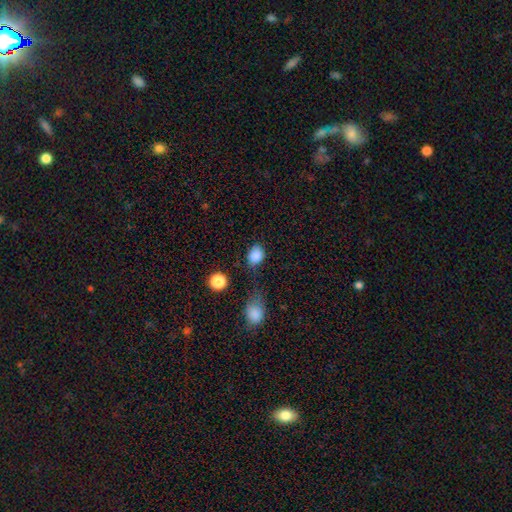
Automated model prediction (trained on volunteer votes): Smooth or featured: smooth — 86% (star or artifact — 10%)
How rounded: in between — 51% (round — 48%)
Merging: none — 66% (minor disturbance — 20%)